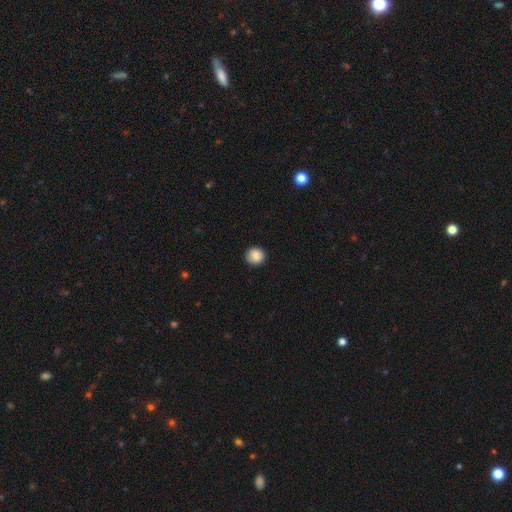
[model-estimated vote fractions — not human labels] Smooth or featured? Predicted: smooth (p=0.86). How rounded? Predicted: round (p=0.90). Merging? Predicted: none (p=0.91).